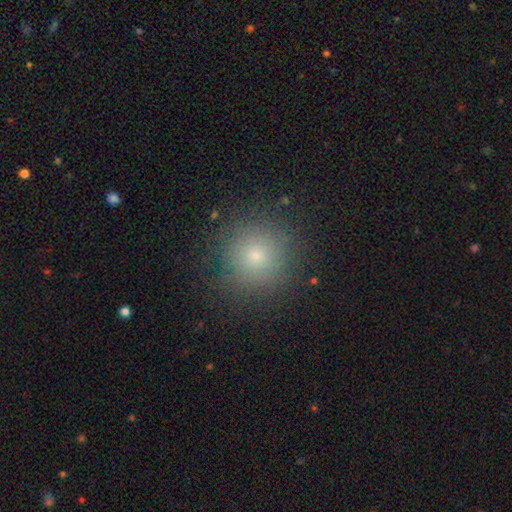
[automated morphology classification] Smooth or featured?
  - smooth: 74% *
  - star or artifact: 16%
  - featured or disk: 10%
How rounded?
  - round: 95% *
  - in between: 4%
  - cigar-shaped: 1%
Merging?
  - none: 87% *
  - minor disturbance: 8%
  - major disturbance: 4%
  - merger: 1%